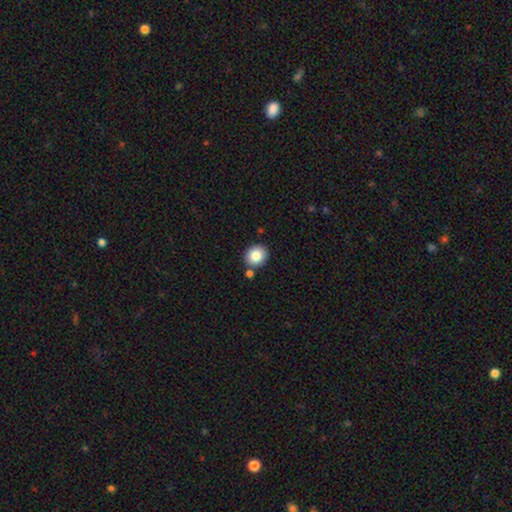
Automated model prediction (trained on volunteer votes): A smooth galaxy with no disk features (84%) that is round (76%).

Vote fractions:
- Smooth or featured? smooth: 84% / star or artifact: 9% / featured or disk: 7%
- How rounded? round: 76% / in between: 23% / cigar-shaped: 1%
- Merging? none: 81% / merger: 8% / minor disturbance: 8% / major disturbance: 2%